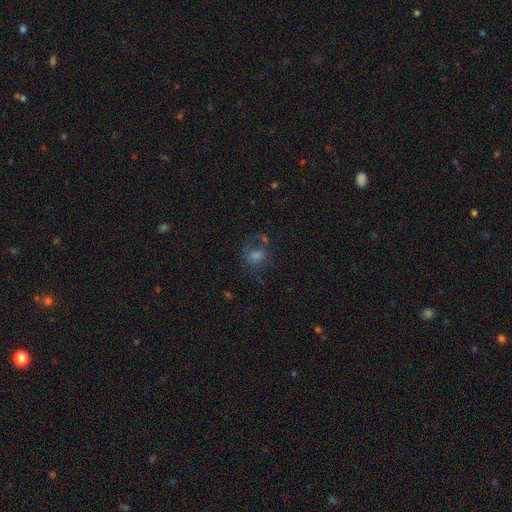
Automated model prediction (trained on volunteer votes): smooth-or-featured: smooth: 44% | featured or disk: 35% | star or artifact: 21%
  merging: none: 45% | major disturbance: 29% | minor disturbance: 19% | merger: 8%